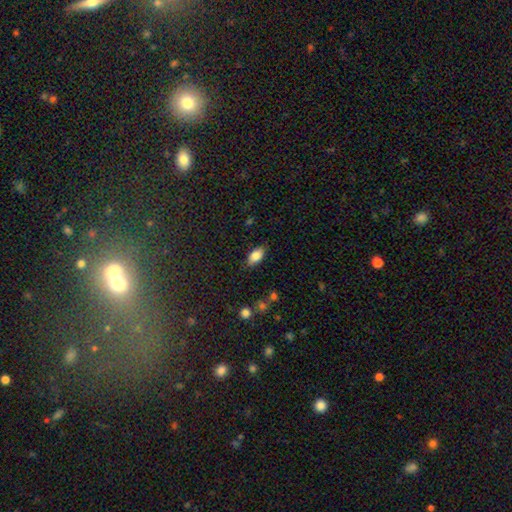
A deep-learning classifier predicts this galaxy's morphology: Q: Smooth or featured?
A: smooth (83%); runner-up: featured or disk (9%)
Q: How rounded?
A: in between (91%); runner-up: cigar-shaped (6%)
Q: Merging?
A: none (83%); runner-up: minor disturbance (13%)